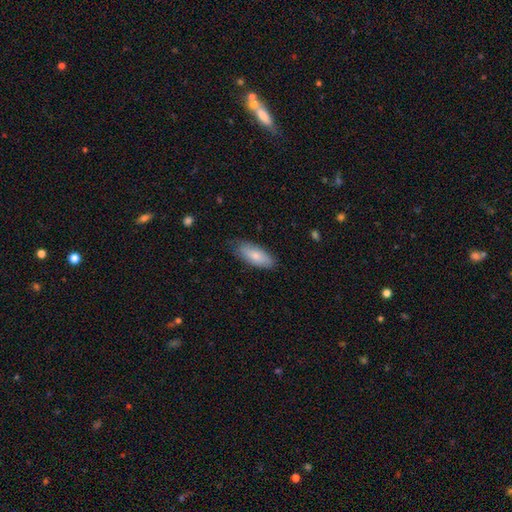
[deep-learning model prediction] Smooth or featured? Predicted: smooth (p=0.78). How rounded? Predicted: in between (p=0.80). Merging? Predicted: none (p=0.78).